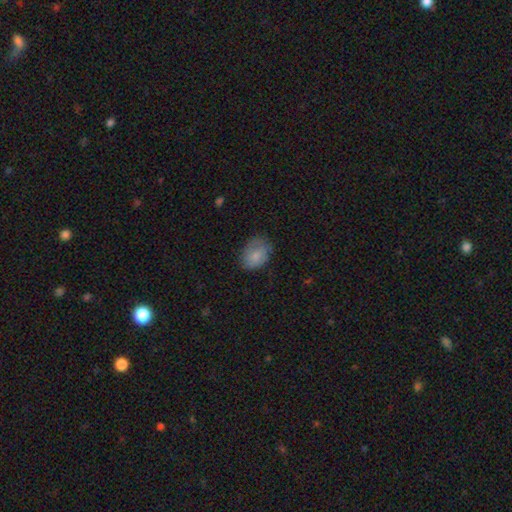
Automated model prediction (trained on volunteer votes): smooth-or-featured: smooth: 77% | featured or disk: 15% | star or artifact: 7%
  how-rounded: in between: 67% | round: 32% | cigar-shaped: 1%
  merging: none: 64% | minor disturbance: 27% | major disturbance: 8% | merger: 1%